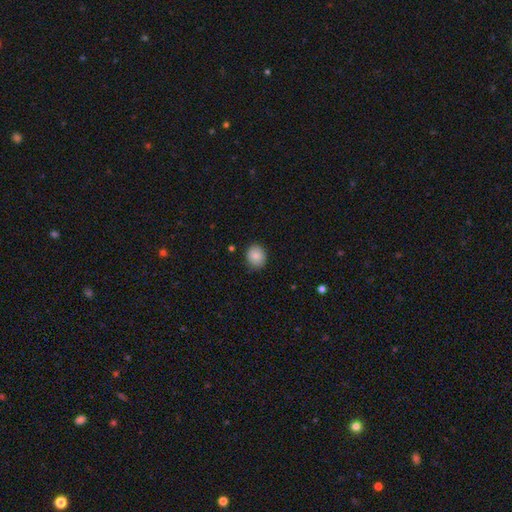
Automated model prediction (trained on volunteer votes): This is clearly a smooth galaxy (83%). How rounded: likely round (74%). Merging: clearly none (81%).